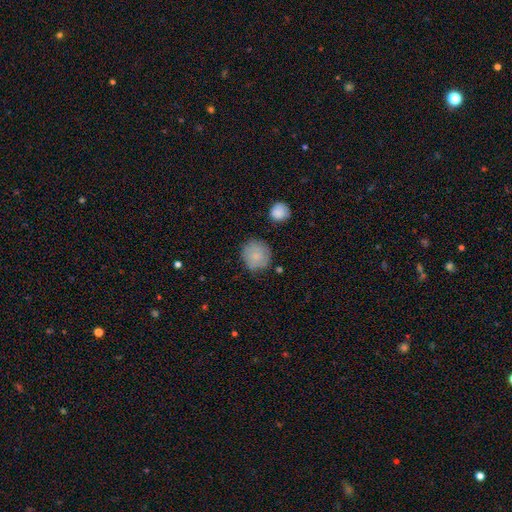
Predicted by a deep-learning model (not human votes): Morphology: type=smooth (81%); roundness=round (90%); merging=none (77%).